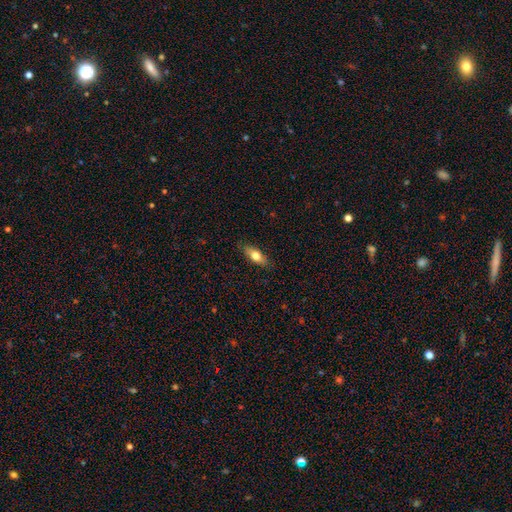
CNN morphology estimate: smooth-or-featured: smooth: 68% | featured or disk: 25% | star or artifact: 7%
  how-rounded: in between: 70% | cigar-shaped: 27% | round: 4%
  merging: none: 84% | minor disturbance: 12% | major disturbance: 3% | merger: 1%